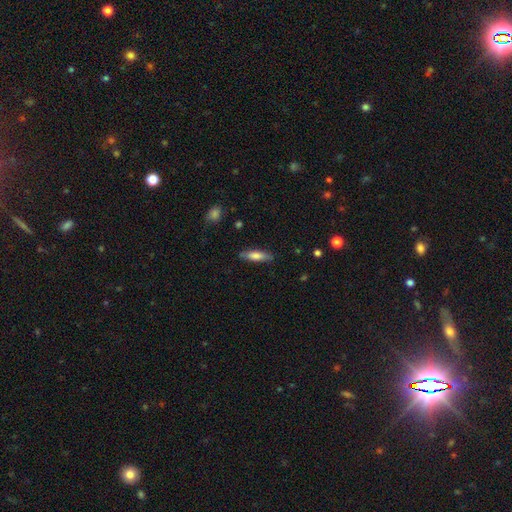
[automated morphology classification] Smooth or featured? smooth (74%)
How rounded? cigar-shaped (62%)
Merging? none (83%)